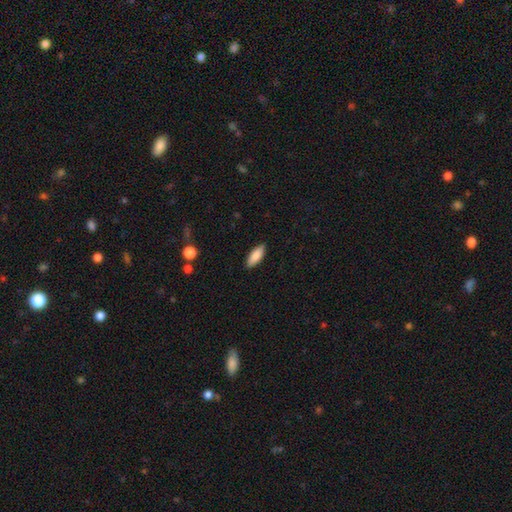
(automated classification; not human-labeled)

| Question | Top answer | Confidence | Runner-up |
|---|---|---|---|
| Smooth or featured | smooth | 86% | featured or disk (8%) |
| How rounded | in between | 70% | cigar-shaped (28%) |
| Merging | none | 88% | minor disturbance (9%) |